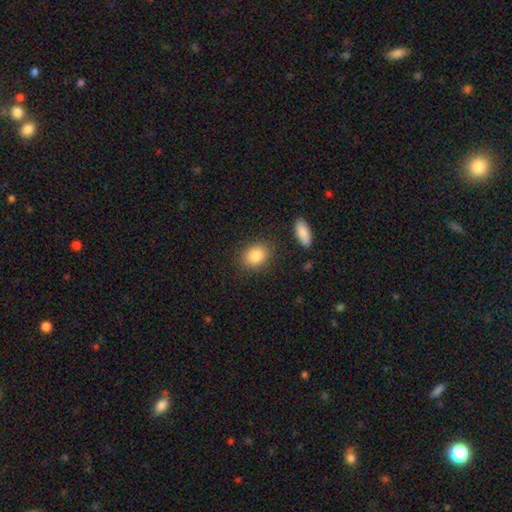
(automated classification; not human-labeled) Smooth or featured? smooth (86%)
How rounded? in between (57%)
Merging? none (84%)